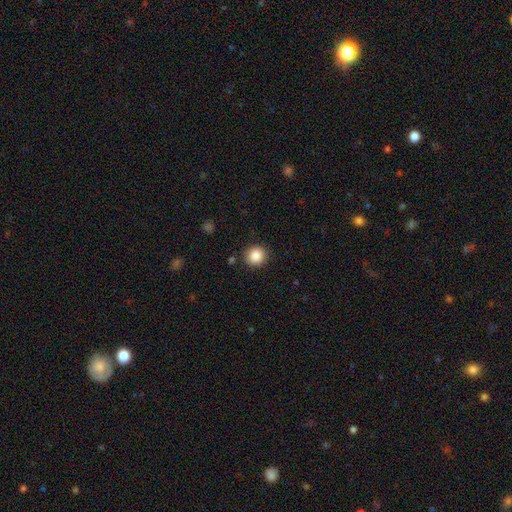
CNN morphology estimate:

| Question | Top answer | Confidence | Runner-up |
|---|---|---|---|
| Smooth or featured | smooth | 87% | star or artifact (9%) |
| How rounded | round | 90% | in between (9%) |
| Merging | none | 89% | minor disturbance (7%) |